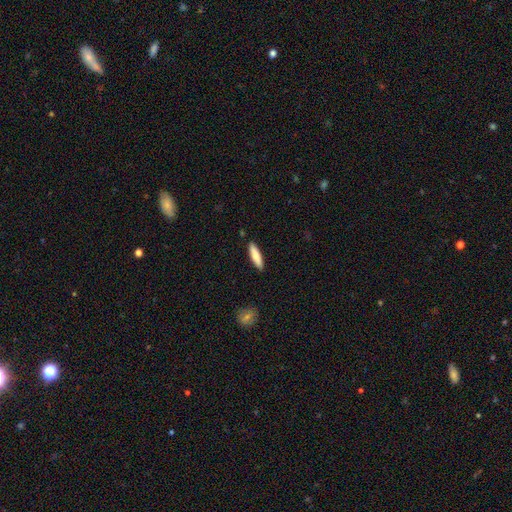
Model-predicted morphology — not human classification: smooth 79%, featured or disk 16%, star or artifact 6%. Down the decision tree: how rounded — cigar-shaped (73%); merging — none (89%).